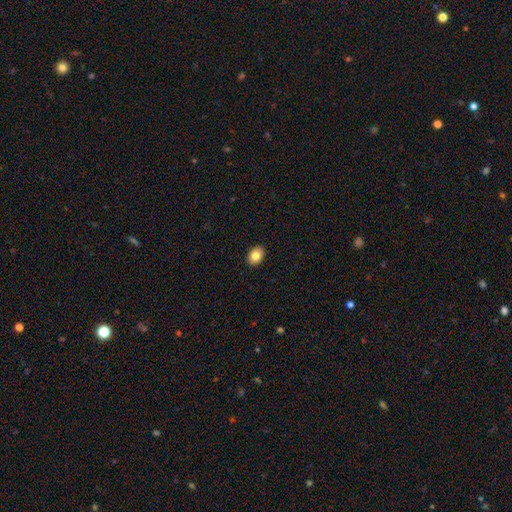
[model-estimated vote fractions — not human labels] Overall: smooth (83%). How rounded: in between (75%). Merging: none (91%).